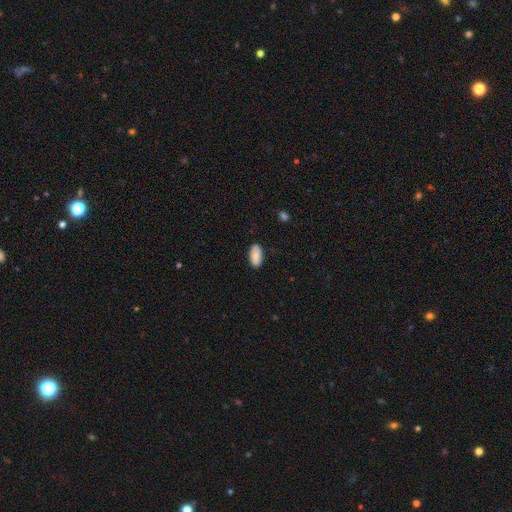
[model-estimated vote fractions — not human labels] Smooth or featured?
  - smooth: 88% *
  - featured or disk: 6%
  - star or artifact: 6%
How rounded?
  - in between: 94% *
  - cigar-shaped: 5%
  - round: 2%
Merging?
  - none: 87% *
  - minor disturbance: 10%
  - major disturbance: 2%
  - merger: 1%